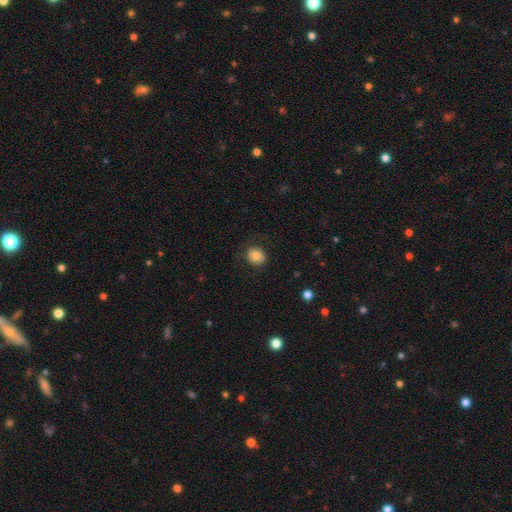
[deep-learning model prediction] This is clearly a smooth galaxy (81%). How rounded: likely round (73%). Merging: clearly none (83%).